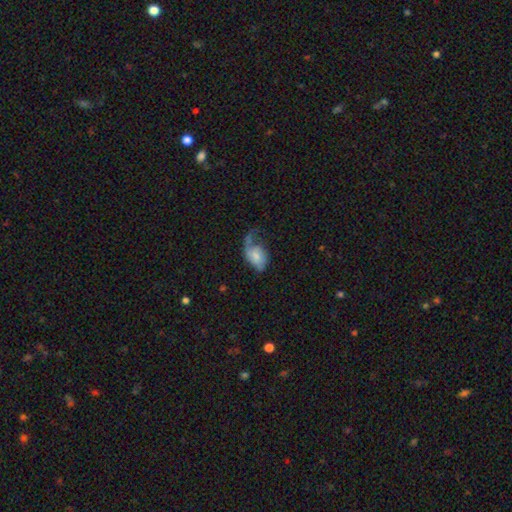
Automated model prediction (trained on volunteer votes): A featured or disk galaxy (48%).

Vote fractions:
- Smooth or featured? featured or disk: 48% / smooth: 45% / star or artifact: 8%
- Merging? major disturbance: 47% / minor disturbance: 25% / none: 24% / merger: 4%